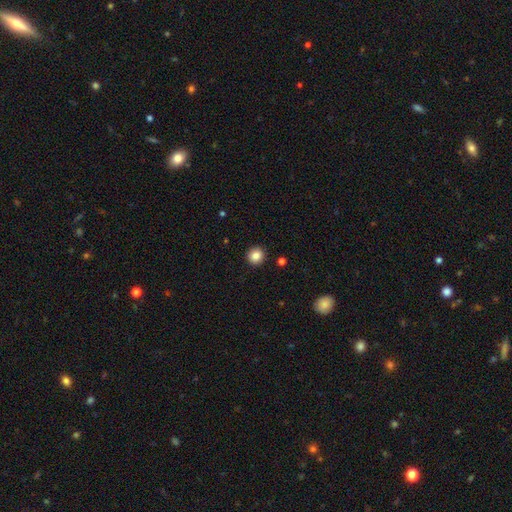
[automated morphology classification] A smooth galaxy with no disk features (85%) that is round (94%).

Vote fractions:
- Smooth or featured? smooth: 85% / star or artifact: 10% / featured or disk: 5%
- How rounded? round: 94% / in between: 6% / cigar-shaped: 1%
- Merging? none: 93% / minor disturbance: 5% / major disturbance: 2% / merger: 1%